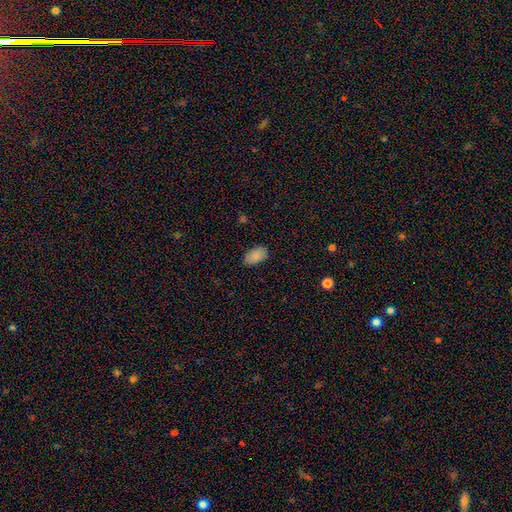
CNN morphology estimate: Smooth or featured? smooth (88%)
How rounded? in between (94%)
Merging? none (85%)